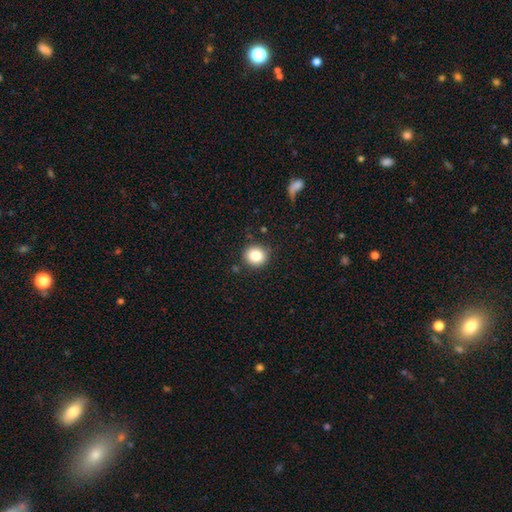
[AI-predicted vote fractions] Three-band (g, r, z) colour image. It shows a smooth galaxy with no disk features (84%) that is round (91%). Merging: none (88%).